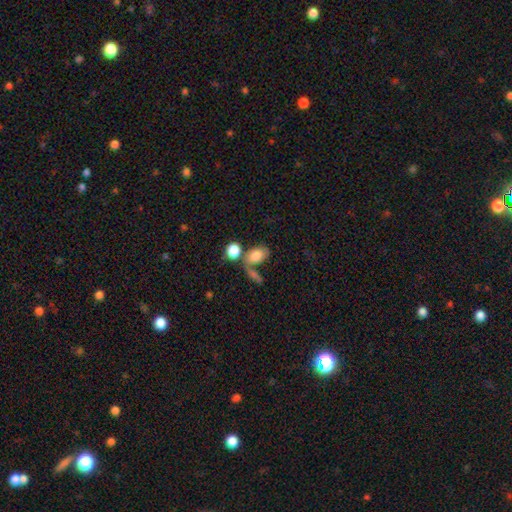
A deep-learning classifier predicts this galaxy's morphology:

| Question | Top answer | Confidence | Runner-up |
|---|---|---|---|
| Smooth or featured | smooth | 75% | featured or disk (15%) |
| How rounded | in between | 79% | round (18%) |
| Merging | merger | 42% | none (32%) |